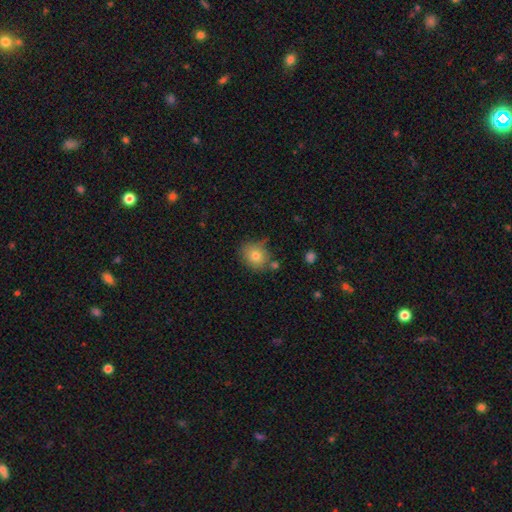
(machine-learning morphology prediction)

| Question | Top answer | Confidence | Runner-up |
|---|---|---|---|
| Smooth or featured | smooth | 78% | featured or disk (12%) |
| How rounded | round | 73% | in between (26%) |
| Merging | none | 69% | minor disturbance (18%) |